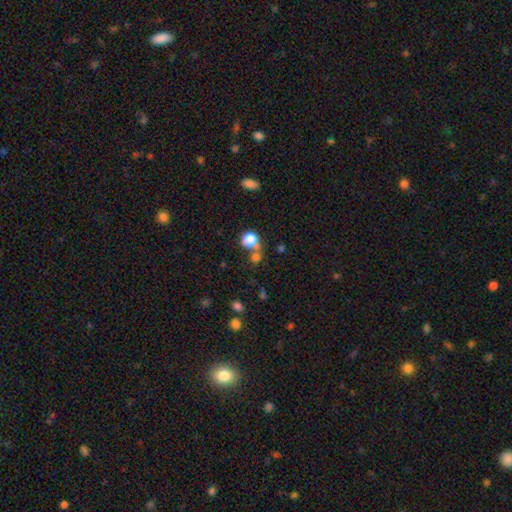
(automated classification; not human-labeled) Q: Smooth or featured?
A: smooth (66%); runner-up: star or artifact (24%)
Q: How rounded?
A: round (78%); runner-up: in between (21%)
Q: Merging?
A: none (52%); runner-up: merger (33%)